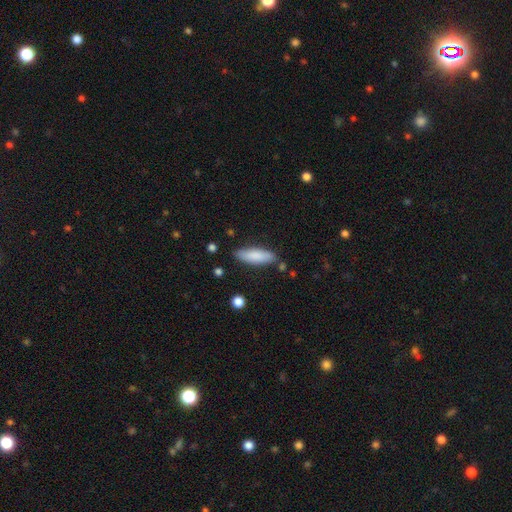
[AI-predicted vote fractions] smooth_or_featured: smooth (p=0.84) [alt: featured or disk p=0.11]
how_rounded: in between (p=0.51) [alt: cigar-shaped p=0.47]
merging: none (p=0.82) [alt: minor disturbance p=0.13]